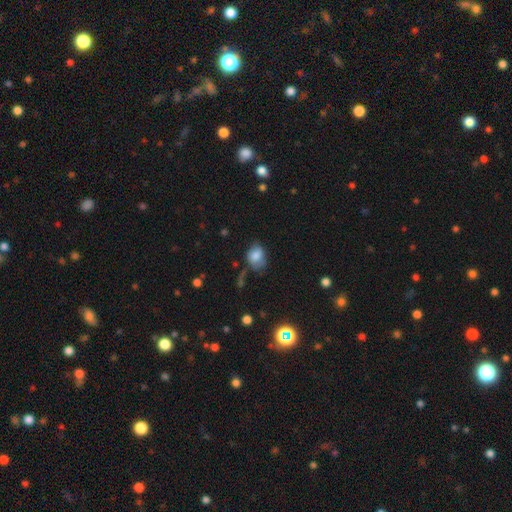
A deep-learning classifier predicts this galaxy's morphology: Smooth or featured? smooth (75%)
How rounded? in between (63%)
Merging? none (49%)